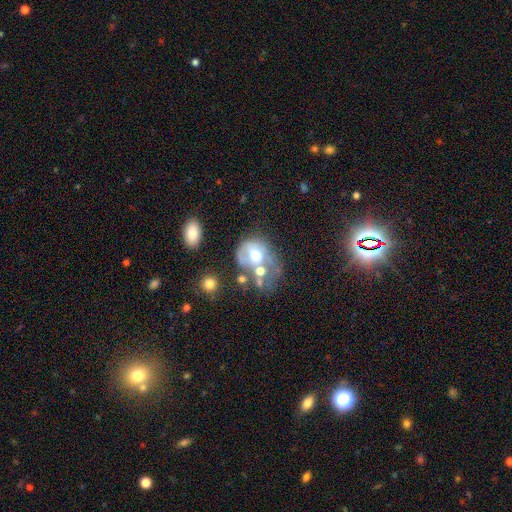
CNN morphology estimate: Smooth or featured?
  - featured or disk: 47% *
  - smooth: 41%
  - star or artifact: 12%
Merging?
  - merger: 40% *
  - major disturbance: 23%
  - none: 22%
  - minor disturbance: 16%